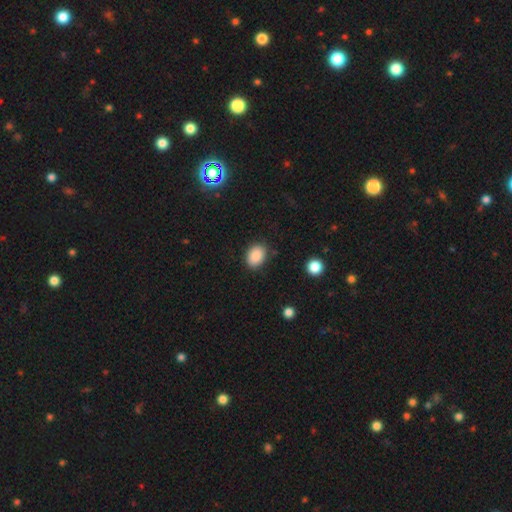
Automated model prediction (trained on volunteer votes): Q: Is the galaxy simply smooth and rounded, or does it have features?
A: smooth — 88%.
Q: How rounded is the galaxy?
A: in between — 72%.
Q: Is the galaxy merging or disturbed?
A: none — 85%.